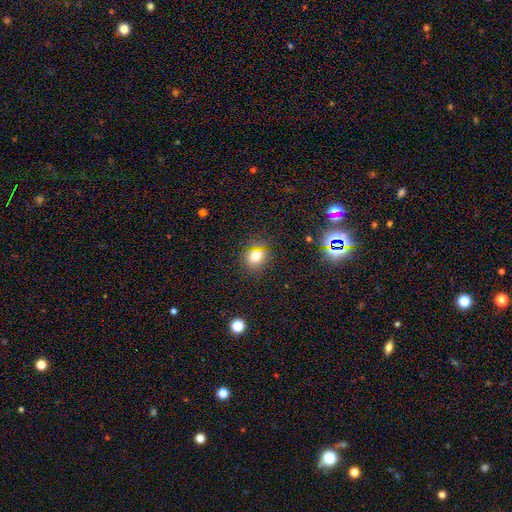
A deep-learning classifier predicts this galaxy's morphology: Q: Smooth or featured?
A: smooth (69%); runner-up: star or artifact (23%)
Q: How rounded?
A: round (70%); runner-up: in between (29%)
Q: Merging?
A: none (83%); runner-up: minor disturbance (11%)